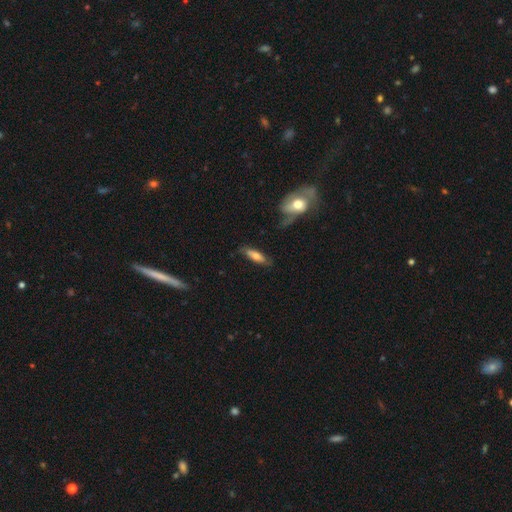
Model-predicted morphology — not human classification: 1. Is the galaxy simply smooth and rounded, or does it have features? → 61% smooth, 33% featured or disk, 6% star or artifact.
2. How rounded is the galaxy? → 54% cigar-shaped, 43% in between, 2% round.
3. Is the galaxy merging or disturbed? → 69% none, 21% minor disturbance, 7% major disturbance, 4% merger.